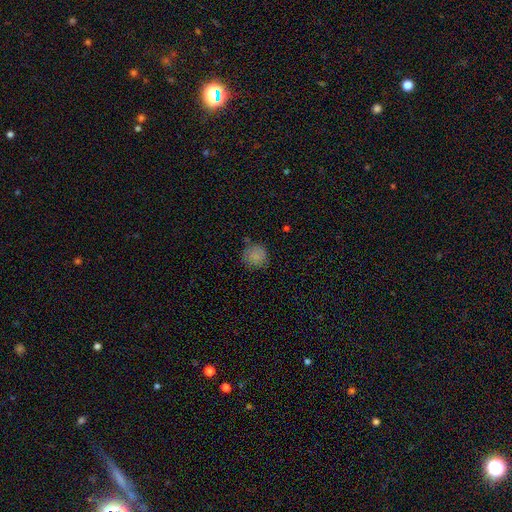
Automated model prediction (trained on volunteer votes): Overall: smooth (82%). How rounded: round (91%). Merging: none (77%).